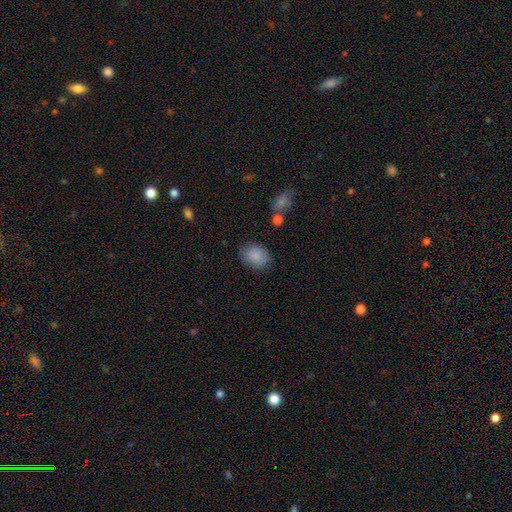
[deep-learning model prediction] Smooth or featured: smooth — 87% (star or artifact — 8%)
How rounded: in between — 63% (round — 36%)
Merging: none — 78% (minor disturbance — 15%)